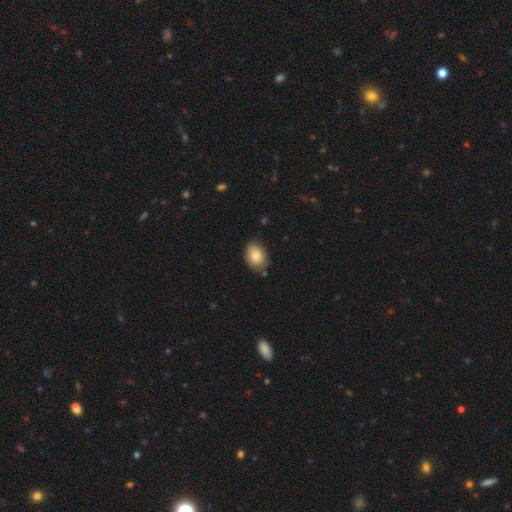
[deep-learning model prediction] smooth_or_featured: smooth (p=0.83) [alt: featured or disk p=0.10]
how_rounded: in between (p=0.78) [alt: round p=0.21]
merging: none (p=0.75) [alt: minor disturbance p=0.20]